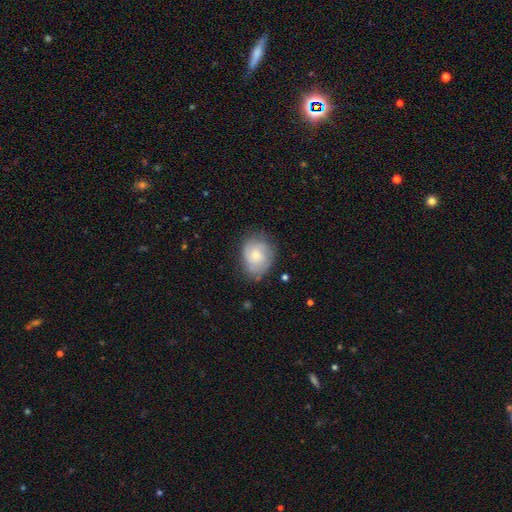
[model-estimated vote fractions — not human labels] Morphology: type=featured or disk (48%); merging=none (68%).